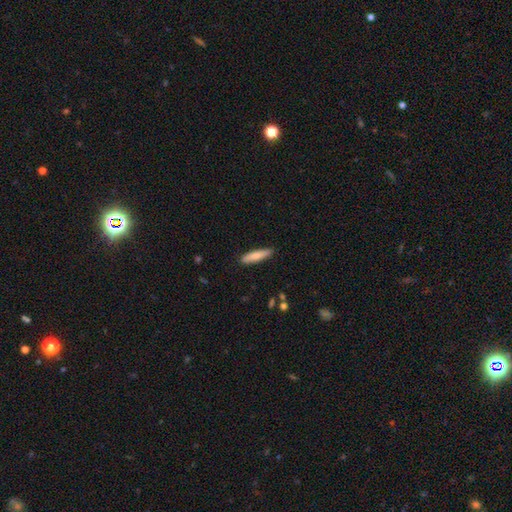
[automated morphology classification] The model was most divided on "smooth or featured": smooth: 78%, featured or disk: 17%, star or artifact: 6%. More confident: merging — none (88%); how rounded — cigar-shaped (82%).